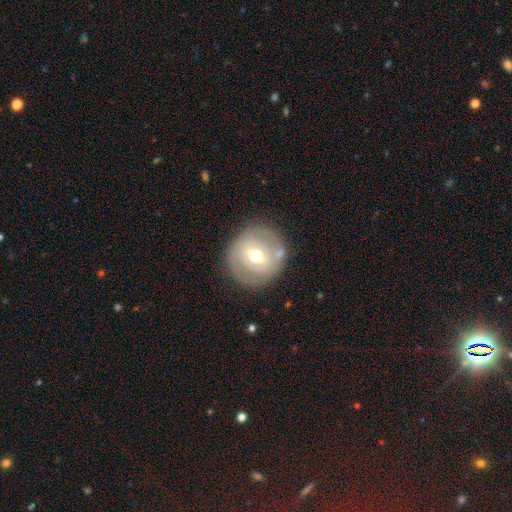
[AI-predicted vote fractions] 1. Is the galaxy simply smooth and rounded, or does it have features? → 56% featured or disk, 37% smooth, 7% star or artifact.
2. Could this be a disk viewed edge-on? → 95% no, 5% yes.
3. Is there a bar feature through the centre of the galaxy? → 47% weak, 32% no, 21% strong.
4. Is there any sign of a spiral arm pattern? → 58% no, 42% yes.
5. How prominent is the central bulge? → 69% moderate, 24% small, 5% large, 1% dominant, 1% none.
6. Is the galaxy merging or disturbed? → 78% none, 13% minor disturbance, 5% major disturbance, 4% merger.